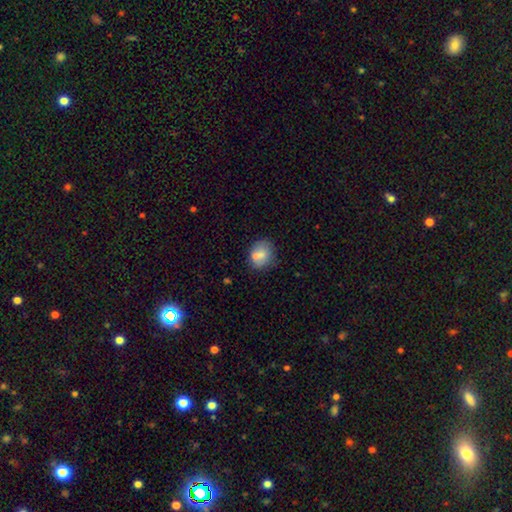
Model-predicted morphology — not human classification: A smooth galaxy with no disk features (70%) that is round (64%). Merging: none (57%).